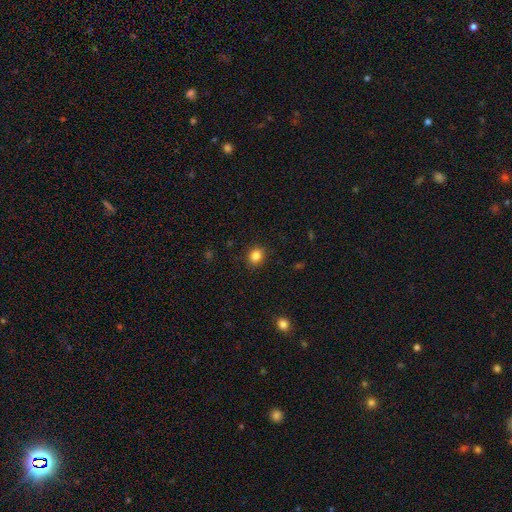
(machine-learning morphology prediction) type=smooth (85%); roundness=round (71%); merging=none (89%).